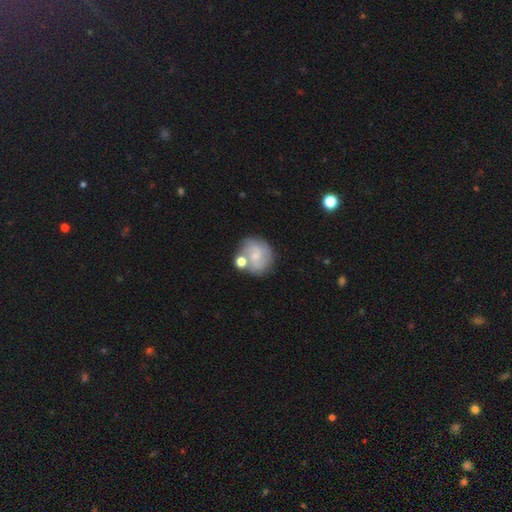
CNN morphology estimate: Smooth or featured? Predicted: smooth (p=0.46, tied with featured or disk). Merging? Predicted: none (p=0.54).